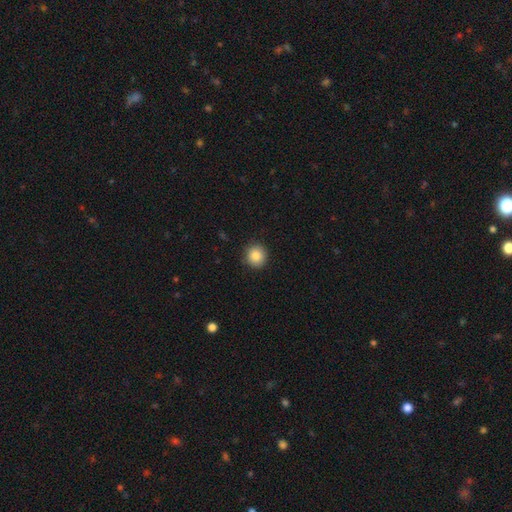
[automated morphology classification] smooth 87%, star or artifact 9%, featured or disk 4%. Down the decision tree: how rounded — round (90%); merging — none (90%).